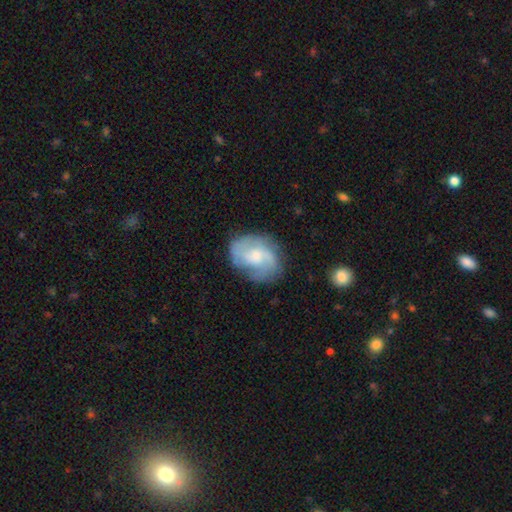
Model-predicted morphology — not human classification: Smooth or featured? featured or disk (72%)
Edge-on disk? no (97%)
Bar? no (57%)
Spiral arms? yes (91%)
Spiral winding? medium (47%)
Spiral arm count? 2 (62%)
Bulge size? small (46%)
Merging? none (69%)